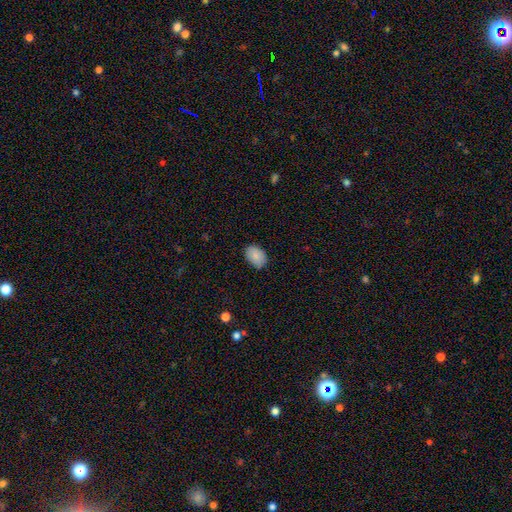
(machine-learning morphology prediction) Smooth or featured? Predicted: smooth (p=0.87). How rounded? Predicted: in between (p=0.83). Merging? Predicted: none (p=0.81).